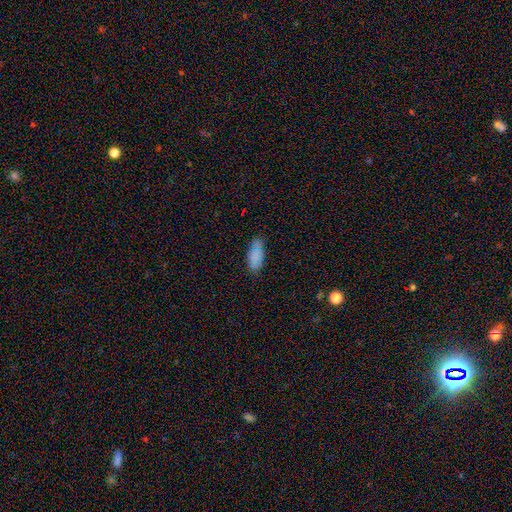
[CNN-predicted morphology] Smooth or featured?
  - smooth: 83% *
  - star or artifact: 9%
  - featured or disk: 8%
How rounded?
  - in between: 87% *
  - cigar-shaped: 11%
  - round: 2%
Merging?
  - none: 69% *
  - minor disturbance: 23%
  - major disturbance: 5%
  - merger: 3%